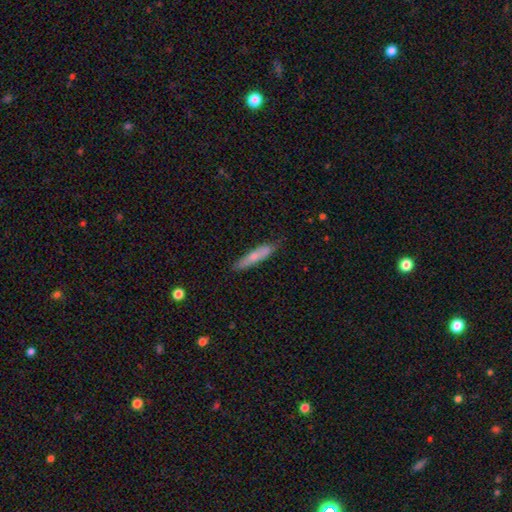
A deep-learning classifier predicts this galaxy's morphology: The model was most divided on "smooth or featured": smooth: 65%, featured or disk: 29%, star or artifact: 6%. More confident: how rounded — cigar-shaped (84%); merging — none (77%).